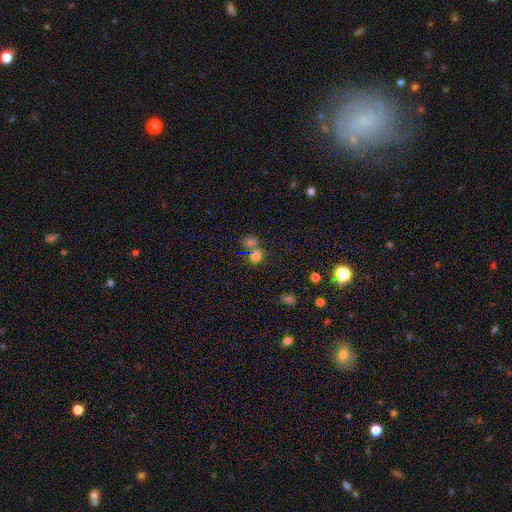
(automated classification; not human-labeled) smooth_or_featured: smooth (p=0.62) [alt: star or artifact p=0.30]
how_rounded: round (p=0.62) [alt: in between p=0.36]
merging: none (p=0.59) [alt: merger p=0.25]